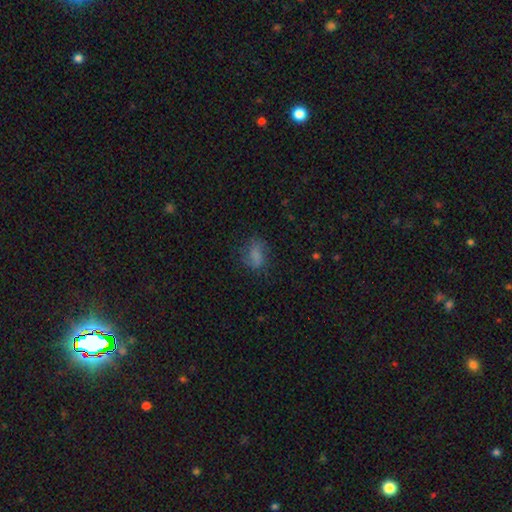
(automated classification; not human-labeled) Smooth or featured: smooth — 71% (featured or disk — 16%)
How rounded: in between — 74% (round — 23%)
Merging: none — 62% (minor disturbance — 23%)